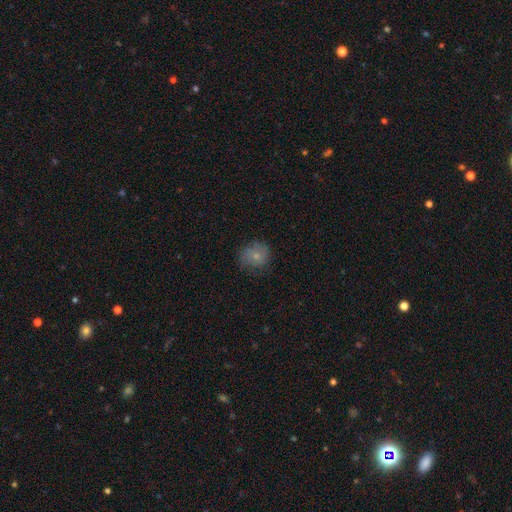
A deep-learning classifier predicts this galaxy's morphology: smooth-or-featured: smooth: 74% | featured or disk: 16% | star or artifact: 9%
  how-rounded: round: 81% | in between: 18% | cigar-shaped: 1%
  merging: none: 70% | minor disturbance: 22% | major disturbance: 7% | merger: 1%